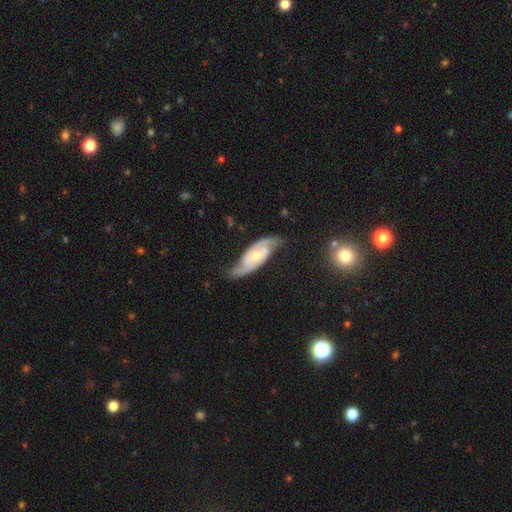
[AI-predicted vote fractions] Smooth or featured: featured or disk — 79% (smooth — 15%)
Edge-on disk: no — 91% (yes — 9%)
Bar: no — 60% (weak — 32%)
Spiral arms: yes — 94% (no — 6%)
Spiral winding: medium — 45% (tight — 30%)
Spiral arm count: 2 — 86% (can't tell — 8%)
Bulge size: moderate — 50% (small — 44%)
Merging: none — 68% (minor disturbance — 22%)